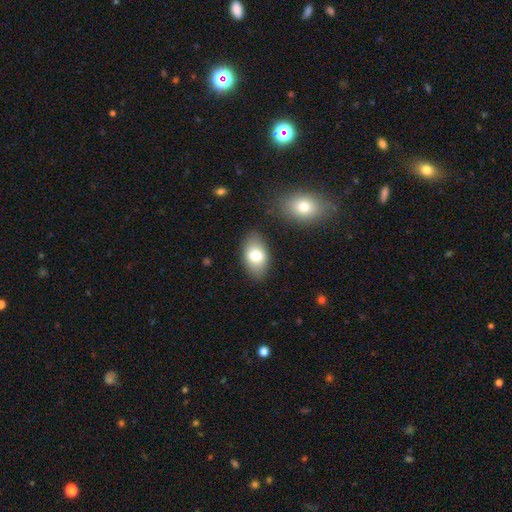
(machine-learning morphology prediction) smooth_or_featured: smooth (p=0.78) [alt: featured or disk p=0.15]
how_rounded: in between (p=0.90) [alt: round p=0.08]
merging: none (p=0.83) [alt: minor disturbance p=0.11]